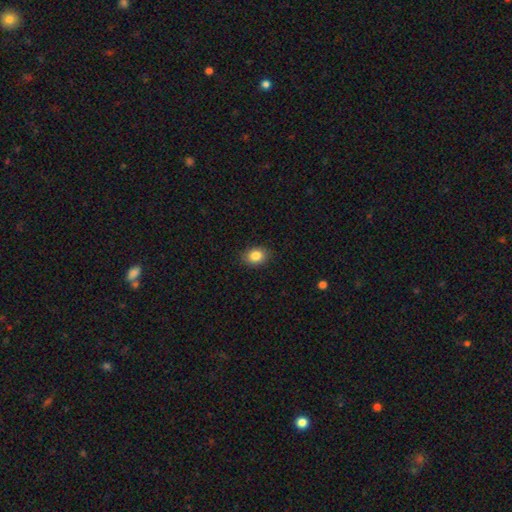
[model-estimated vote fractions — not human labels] Smooth or featured? smooth (85%)
How rounded? in between (65%)
Merging? none (88%)